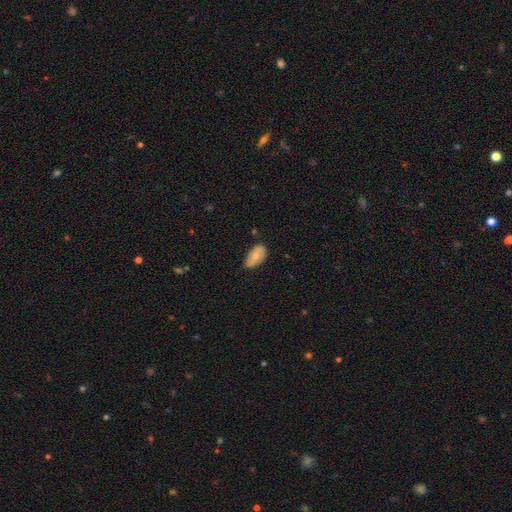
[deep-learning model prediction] The model was most divided on "merging": none: 53%, minor disturbance: 39%, major disturbance: 6%, merger: 2%. More confident: how rounded — in between (93%); smooth or featured — smooth (70%).